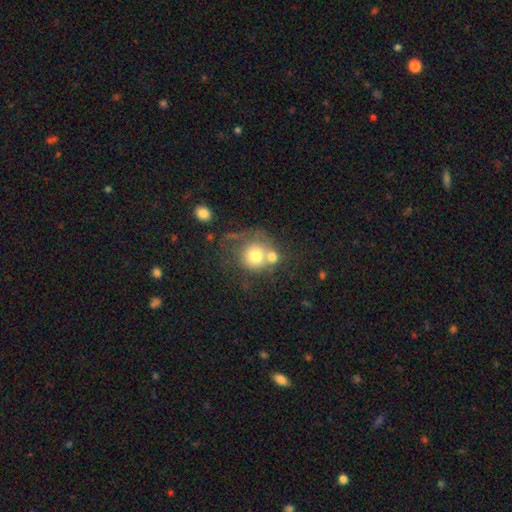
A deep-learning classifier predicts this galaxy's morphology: type=smooth (69%); roundness=round (86%); merging=merger (48%).